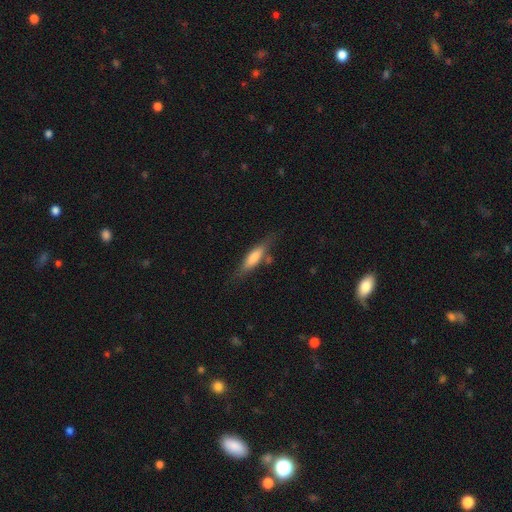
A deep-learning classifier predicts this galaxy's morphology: smooth 53%, featured or disk 40%, star or artifact 7%. Down the decision tree: how rounded — cigar-shaped (76%); merging — none (74%).